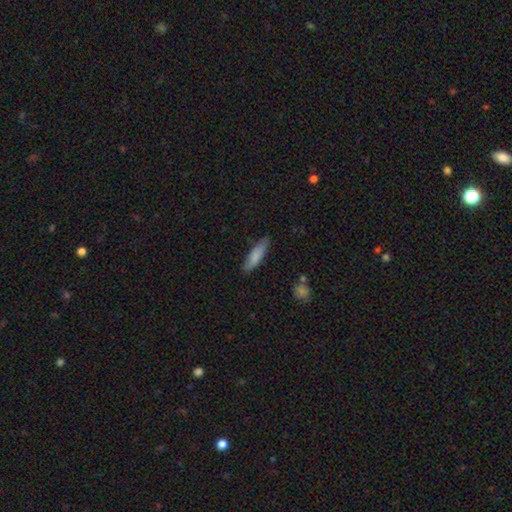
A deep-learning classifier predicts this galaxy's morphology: Smooth or featured? smooth (81%)
How rounded? cigar-shaped (65%)
Merging? none (83%)